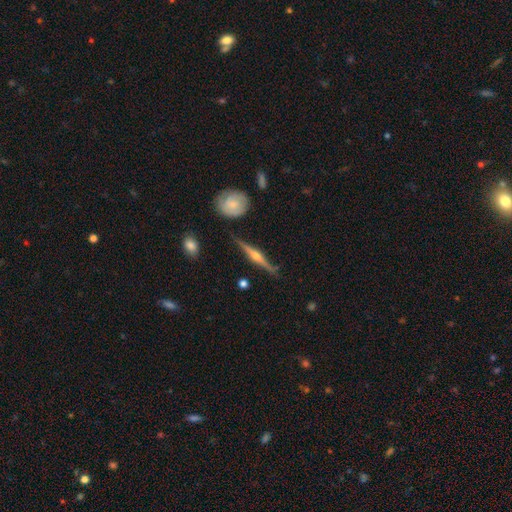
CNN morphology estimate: Overall: featured or disk (80%). Edge-on disk: yes (97%). Edge-on bulge: rounded (91%). Merging: none (83%).